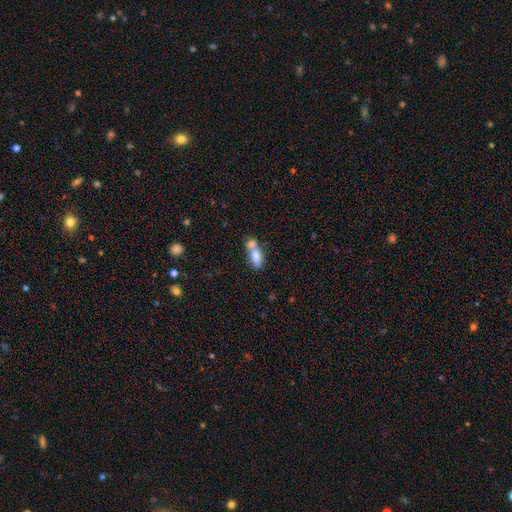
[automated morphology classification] This appears to be a smooth galaxy with no disk features (73%) that is in between round and cigar-shaped (74%). Merging: merger (56%).